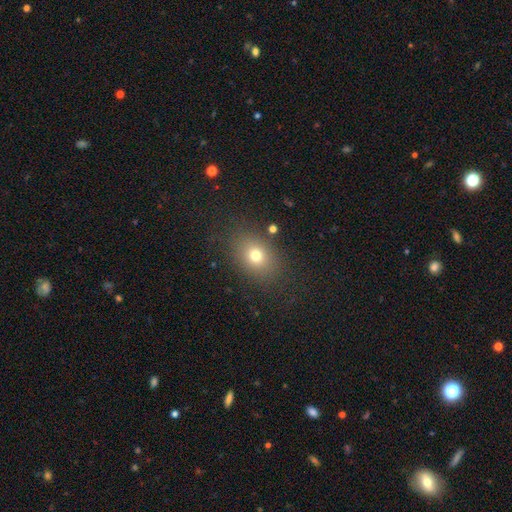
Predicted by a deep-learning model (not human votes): A smooth galaxy with no disk features (74%) that is in between round and cigar-shaped (64%).

Vote fractions:
- Smooth or featured? smooth: 74% / star or artifact: 14% / featured or disk: 12%
- How rounded? in between: 64% / round: 35% / cigar-shaped: 1%
- Merging? none: 81% / minor disturbance: 11% / major disturbance: 6% / merger: 2%